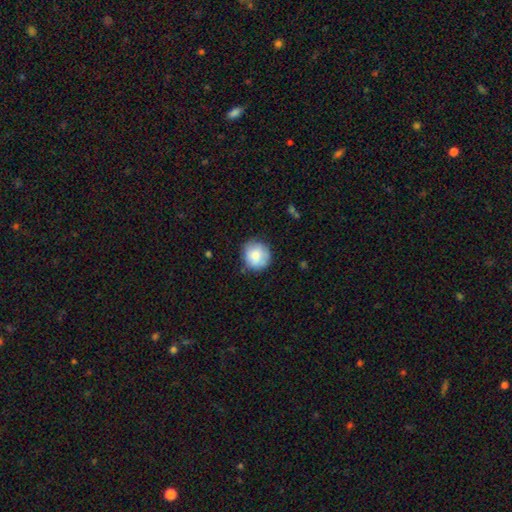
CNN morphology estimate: Smooth or featured: smooth — 80% (featured or disk — 13%)
How rounded: round — 91% (in between — 8%)
Merging: none — 79% (minor disturbance — 16%)